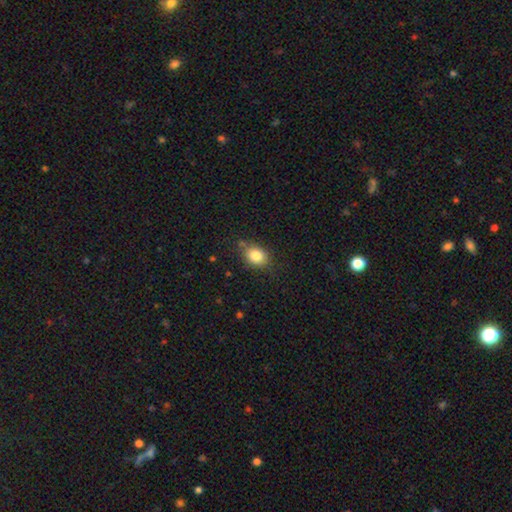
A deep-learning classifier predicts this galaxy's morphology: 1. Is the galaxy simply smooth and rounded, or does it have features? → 82% smooth, 10% star or artifact, 9% featured or disk.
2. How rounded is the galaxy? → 62% in between, 37% round, 1% cigar-shaped.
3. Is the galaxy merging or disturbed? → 73% none, 20% minor disturbance, 4% major disturbance, 3% merger.